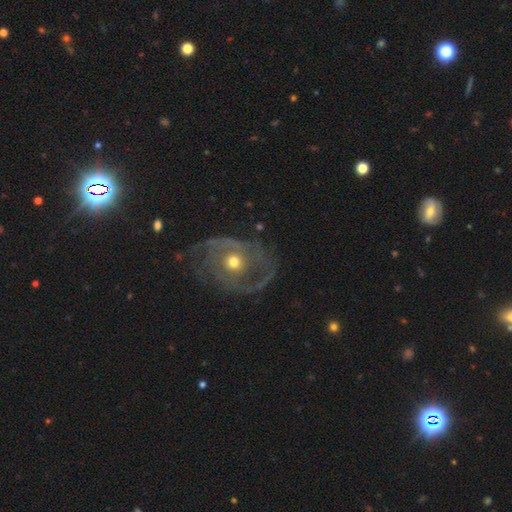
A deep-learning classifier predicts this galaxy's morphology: A featured or disk galaxy (79%) with no bar (67%), 2 (52%) tight (52%) spiral arms (84%) and a moderate central bulge (59%). Merging: none (73%).